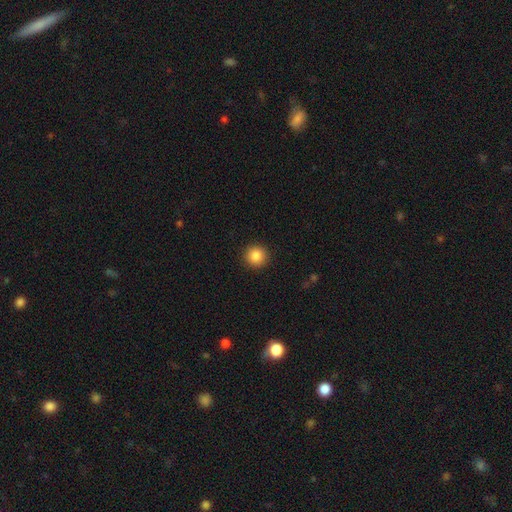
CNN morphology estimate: Smooth or featured: smooth — 86% (star or artifact — 10%)
How rounded: round — 95% (in between — 4%)
Merging: none — 93% (minor disturbance — 5%)